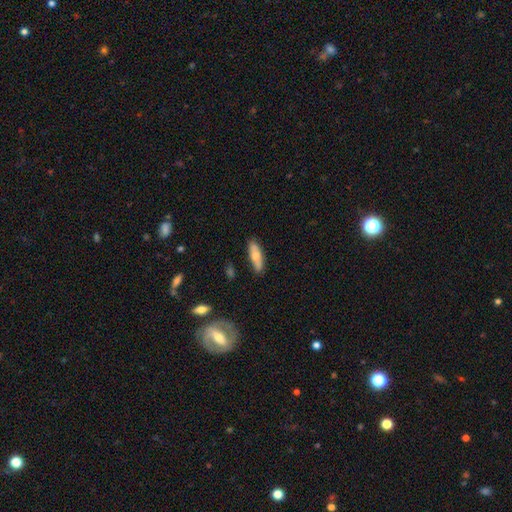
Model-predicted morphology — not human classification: This is likely a smooth galaxy (65%). How rounded: possibly cigar-shaped (53%). Merging: clearly none (81%).